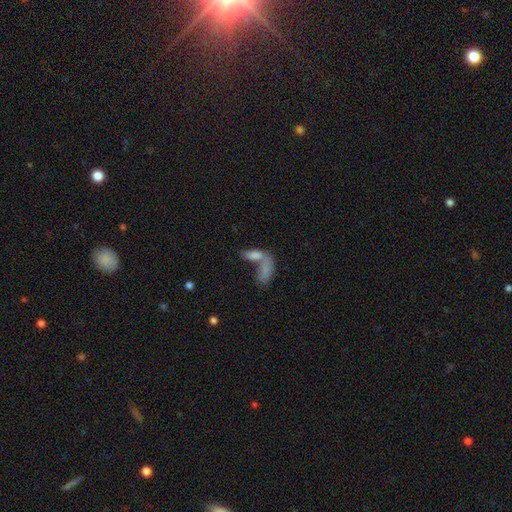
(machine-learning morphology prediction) A smooth galaxy with no disk features (75%) that is in between round and cigar-shaped (80%).

Vote fractions:
- Smooth or featured? smooth: 75% / featured or disk: 16% / star or artifact: 9%
- How rounded? in between: 80% / cigar-shaped: 16% / round: 4%
- Merging? merger: 65% / none: 21% / minor disturbance: 7% / major disturbance: 7%